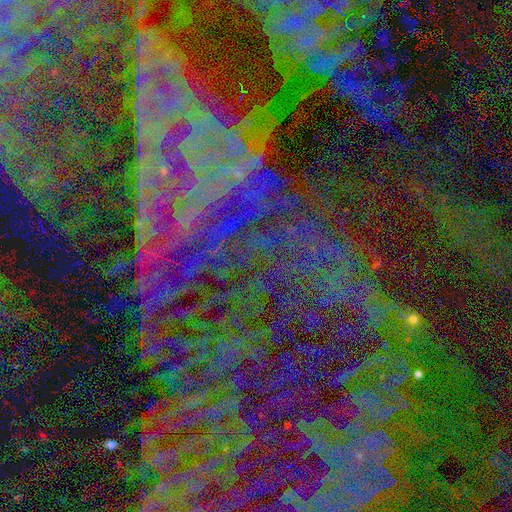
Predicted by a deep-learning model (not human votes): The model was most divided on "smooth or featured": star or artifact: 87%, featured or disk: 7%, smooth: 6%.